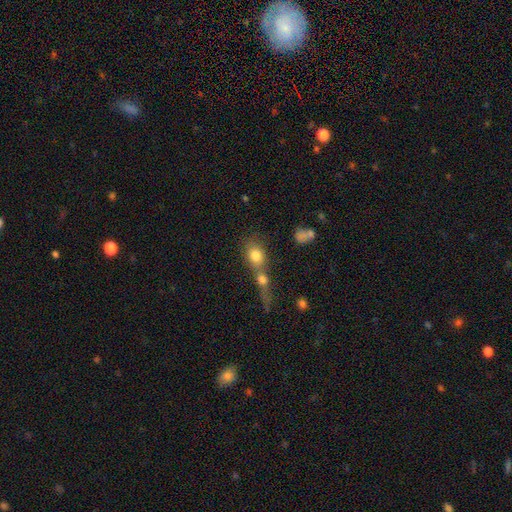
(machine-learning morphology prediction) Smooth or featured?
  - smooth: 77% *
  - featured or disk: 13%
  - star or artifact: 10%
How rounded?
  - round: 49% *
  - in between: 47%
  - cigar-shaped: 4%
Merging?
  - merger: 57% *
  - none: 29%
  - minor disturbance: 8%
  - major disturbance: 6%